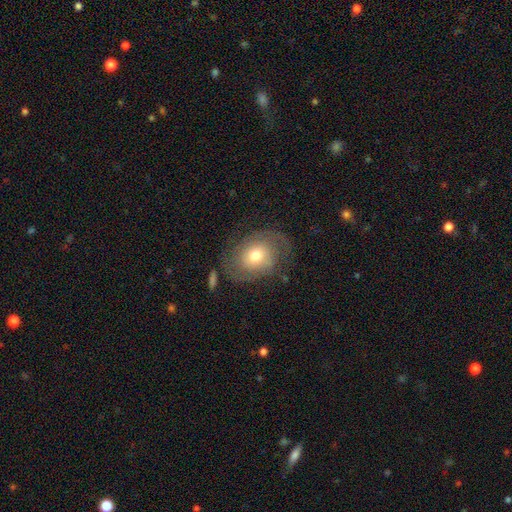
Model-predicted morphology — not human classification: smooth-or-featured: featured or disk: 52% | smooth: 39% | star or artifact: 8%
  disk-edge-on: no: 96% | yes: 4%
    bar: no: 78% | weak: 18% | strong: 4%
    has-spiral-arms: yes: 78% | no: 22%
    bulge-size: moderate: 68% | small: 19% | large: 9% | dominant: 2% | none: 1%
  merging: none: 64% | minor disturbance: 20% | major disturbance: 13% | merger: 3%